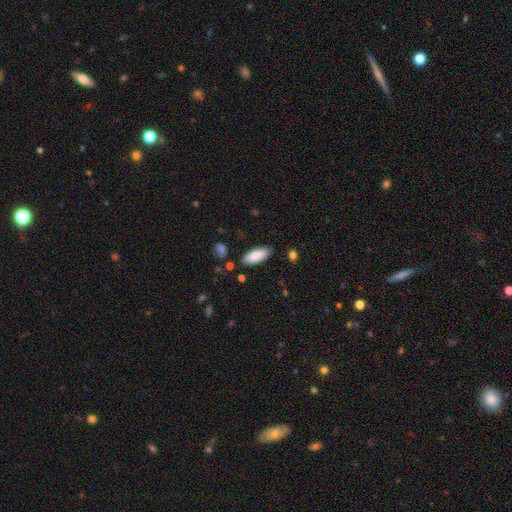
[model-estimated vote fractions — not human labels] Smooth or featured? smooth (88%)
How rounded? in between (75%)
Merging? none (86%)